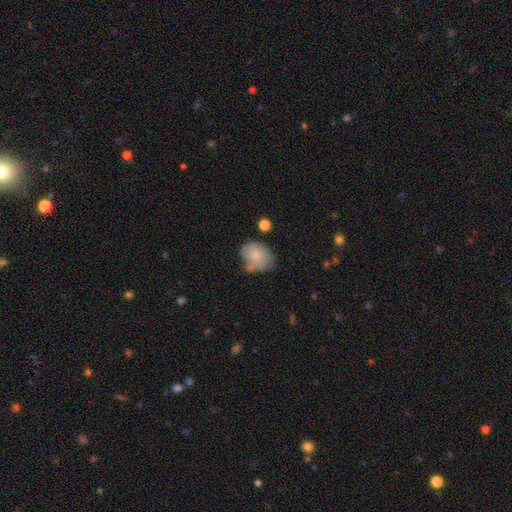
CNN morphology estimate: This appears to be a smooth galaxy with no disk features (78%) that is in between round and cigar-shaped (54%). Merging: none (51%).